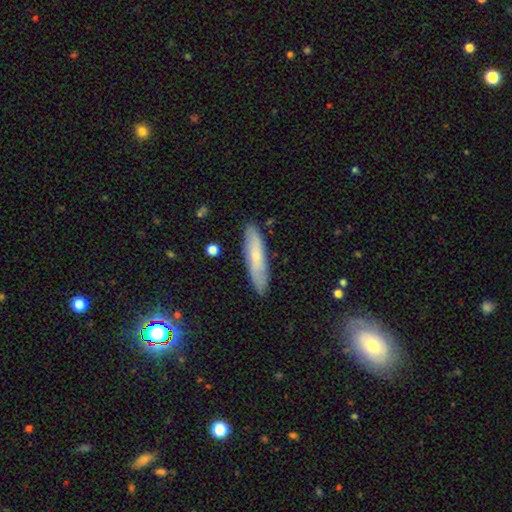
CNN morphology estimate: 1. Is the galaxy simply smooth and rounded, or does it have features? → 59% smooth, 34% featured or disk, 7% star or artifact.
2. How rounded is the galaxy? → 79% cigar-shaped, 19% in between, 2% round.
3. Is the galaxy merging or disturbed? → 85% none, 12% minor disturbance, 2% major disturbance, 1% merger.